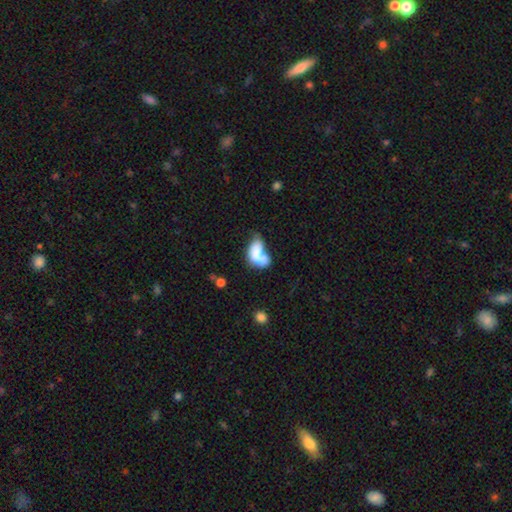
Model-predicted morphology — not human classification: smooth 65%, featured or disk 27%, star or artifact 8%. Down the decision tree: how rounded — in between (86%); merging — merger (52%).